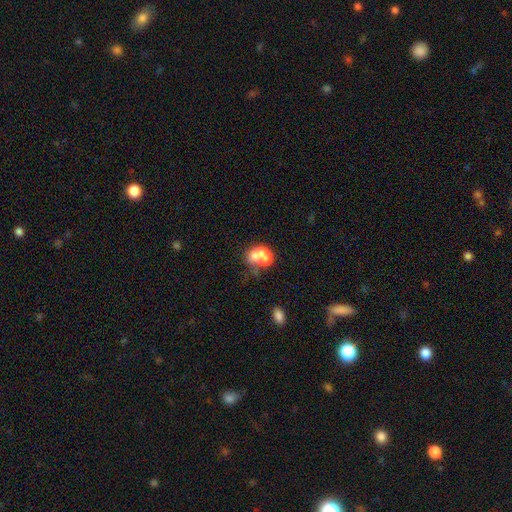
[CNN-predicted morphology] This appears to be a smooth galaxy with no disk features (58%) that is in between round and cigar-shaped (72%). Merging: merger (59%).